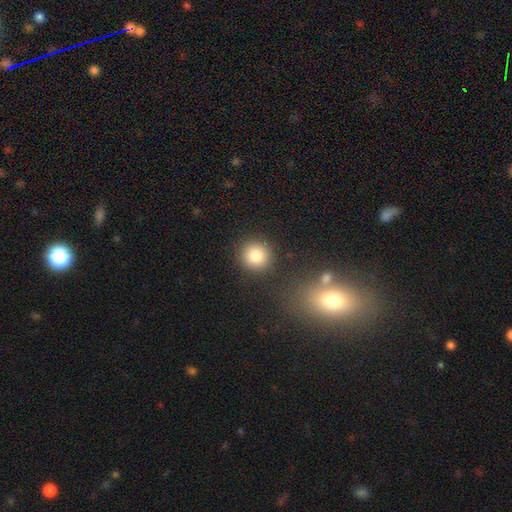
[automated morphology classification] This is clearly a smooth galaxy (84%). How rounded: clearly round (92%). Merging: clearly none (87%).